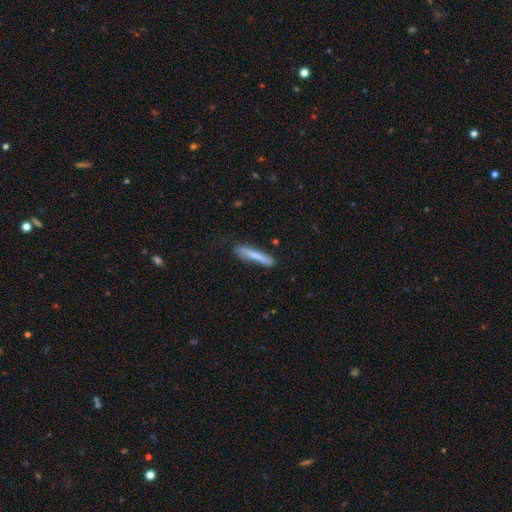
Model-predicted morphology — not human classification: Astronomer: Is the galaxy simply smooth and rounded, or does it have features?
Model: smooth — 74%.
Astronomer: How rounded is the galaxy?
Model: cigar-shaped — 93%.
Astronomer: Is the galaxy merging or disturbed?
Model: none — 75%.